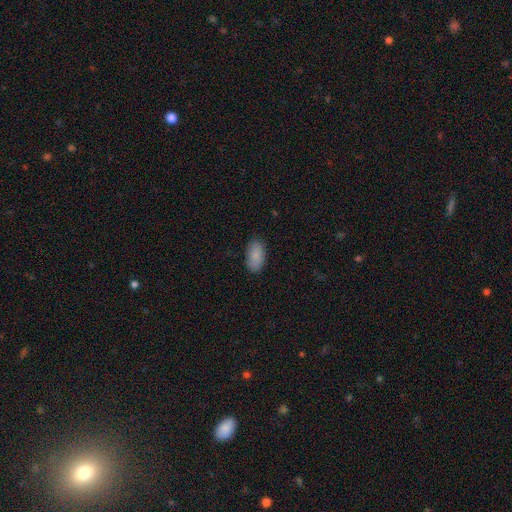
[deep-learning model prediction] This appears to be a smooth galaxy with no disk features (87%) that is in between round and cigar-shaped (94%). Merging: none (86%).